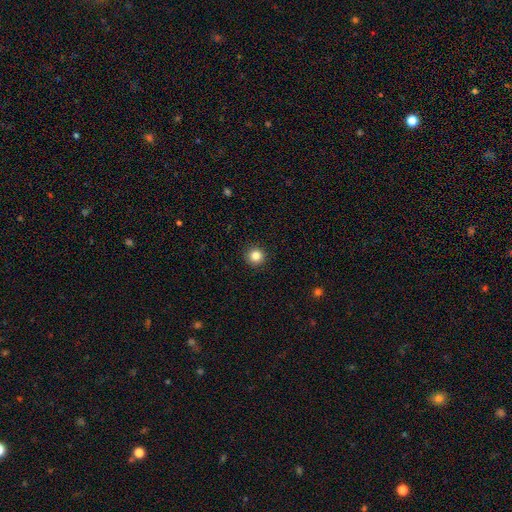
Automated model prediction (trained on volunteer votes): smooth-or-featured: smooth: 84% | star or artifact: 11% | featured or disk: 5%
  how-rounded: round: 95% | in between: 4% | cigar-shaped: 1%
  merging: none: 93% | minor disturbance: 4% | major disturbance: 2% | merger: 1%